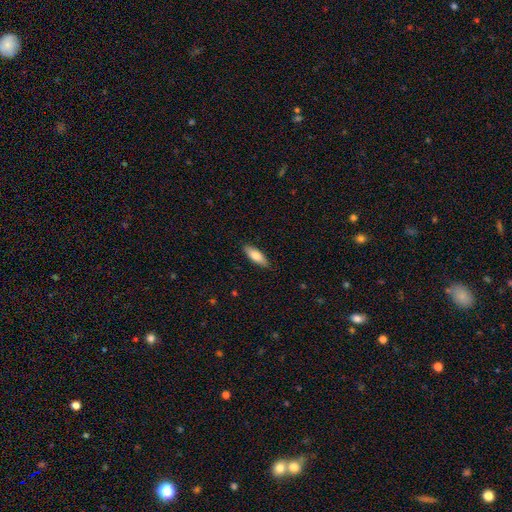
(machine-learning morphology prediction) This appears to be a smooth galaxy with no disk features (76%) that is in between round and cigar-shaped (63%). Merging: none (88%).